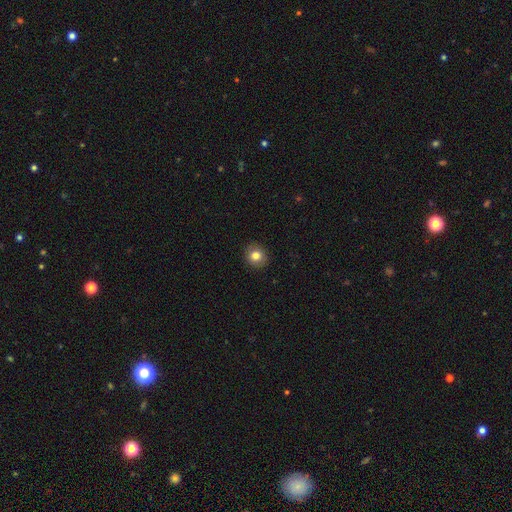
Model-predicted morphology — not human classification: Smooth or featured? smooth (81%)
How rounded? round (85%)
Merging? none (91%)